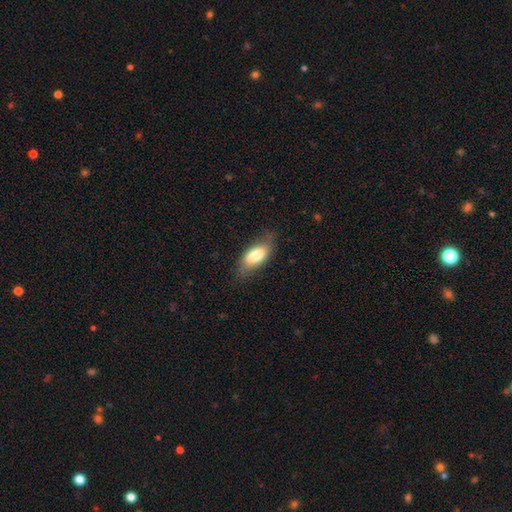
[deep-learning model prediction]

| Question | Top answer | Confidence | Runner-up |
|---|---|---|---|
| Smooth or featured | smooth | 73% | featured or disk (21%) |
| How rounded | in between | 83% | cigar-shaped (14%) |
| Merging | none | 72% | minor disturbance (21%) |